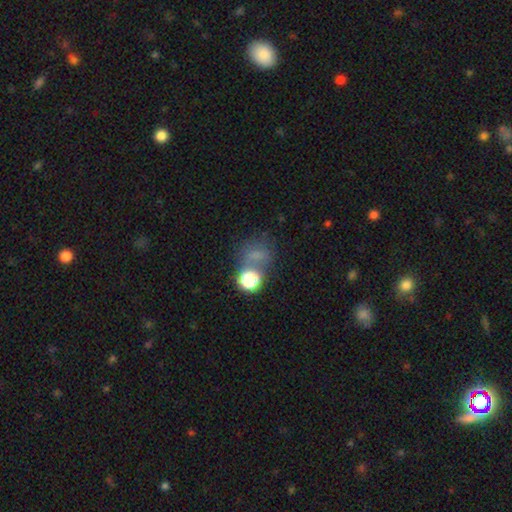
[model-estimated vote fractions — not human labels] smooth-or-featured: smooth: 56% | star or artifact: 28% | featured or disk: 15%
  how-rounded: round: 65% | in between: 33% | cigar-shaped: 2%
  merging: none: 44% | merger: 20% | major disturbance: 19% | minor disturbance: 16%